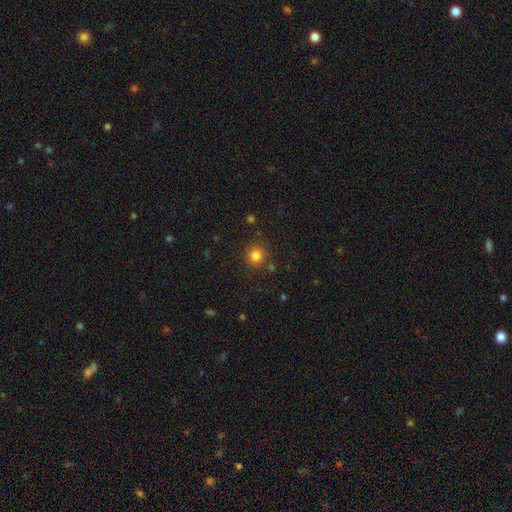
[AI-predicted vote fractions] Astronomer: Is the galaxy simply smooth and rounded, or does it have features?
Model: smooth — 81%.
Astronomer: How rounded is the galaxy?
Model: round — 92%.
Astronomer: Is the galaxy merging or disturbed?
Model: none — 86%.